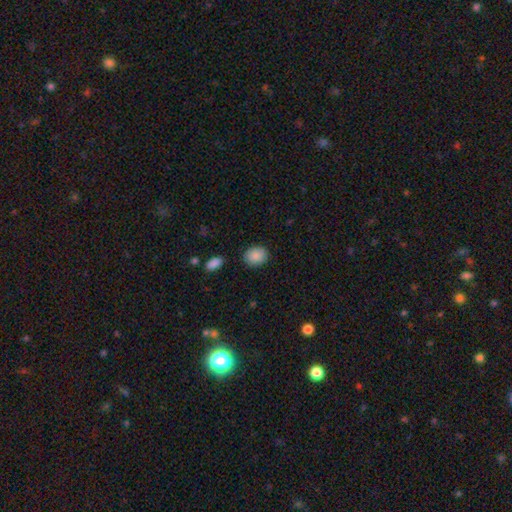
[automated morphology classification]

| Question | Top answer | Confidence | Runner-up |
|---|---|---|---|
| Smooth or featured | smooth | 89% | star or artifact (7%) |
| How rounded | in between | 51% | round (48%) |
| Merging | none | 84% | minor disturbance (11%) |